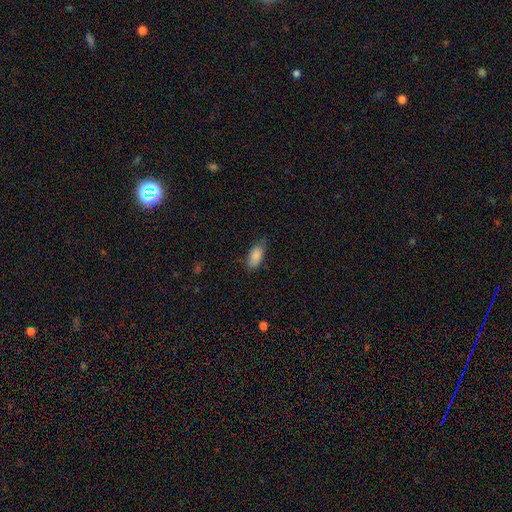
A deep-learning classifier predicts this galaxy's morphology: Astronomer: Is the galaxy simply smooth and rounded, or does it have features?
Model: smooth — 87%.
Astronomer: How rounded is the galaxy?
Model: in between — 90%.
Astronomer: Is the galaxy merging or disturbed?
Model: none — 72%.